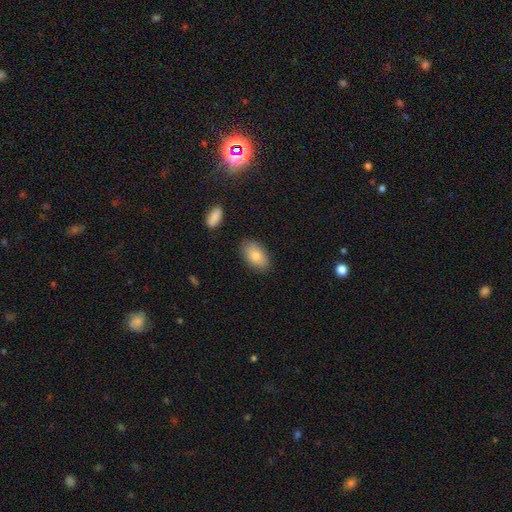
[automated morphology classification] smooth-or-featured: smooth: 82% | featured or disk: 12% | star or artifact: 7%
  how-rounded: in between: 93% | round: 5% | cigar-shaped: 2%
  merging: none: 83% | minor disturbance: 13% | major disturbance: 3% | merger: 2%